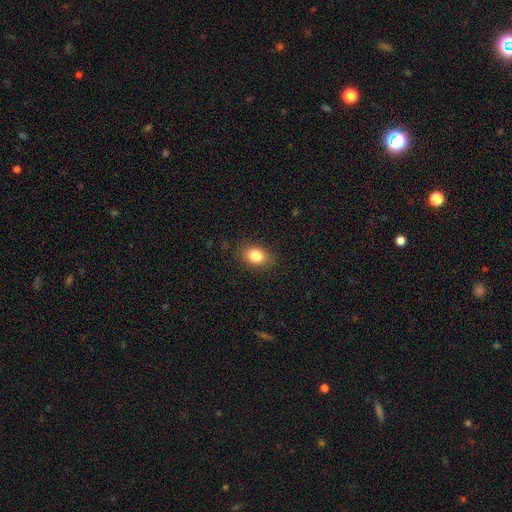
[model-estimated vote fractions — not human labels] Overall: smooth (84%). How rounded: in between (76%). Merging: none (86%).